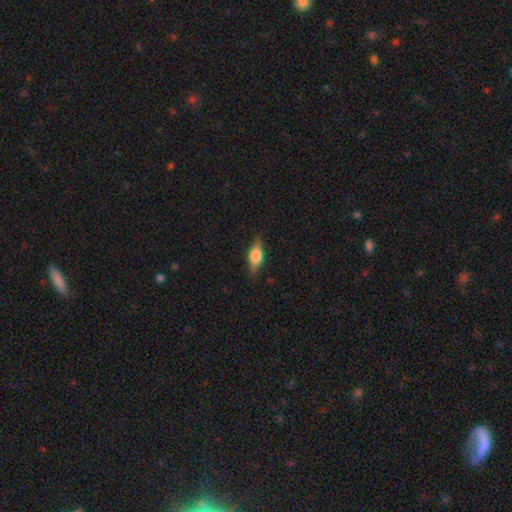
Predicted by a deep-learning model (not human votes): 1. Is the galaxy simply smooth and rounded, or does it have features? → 54% smooth, 39% featured or disk, 8% star or artifact.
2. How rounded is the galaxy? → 73% in between, 20% cigar-shaped, 7% round.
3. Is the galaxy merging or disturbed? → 81% none, 14% minor disturbance, 3% major disturbance, 1% merger.